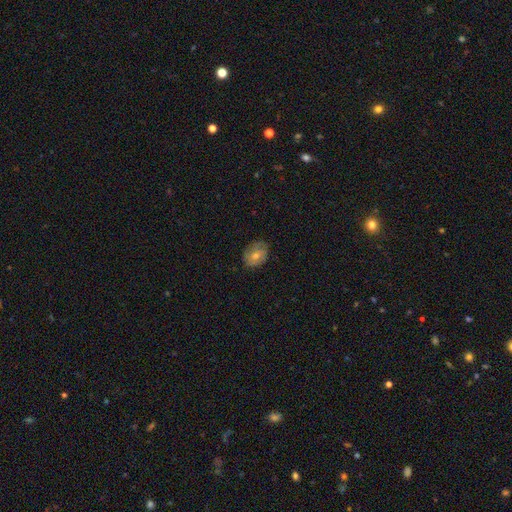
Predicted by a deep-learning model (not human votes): smooth_or_featured: smooth (p=0.47) [alt: featured or disk p=0.41]
merging: none (p=0.78) [alt: minor disturbance p=0.17]